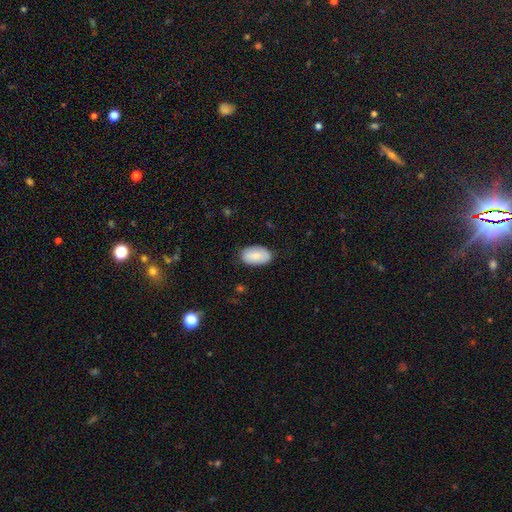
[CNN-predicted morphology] A smooth galaxy with no disk features (81%) that is in between round and cigar-shaped (94%). Merging: none (81%).